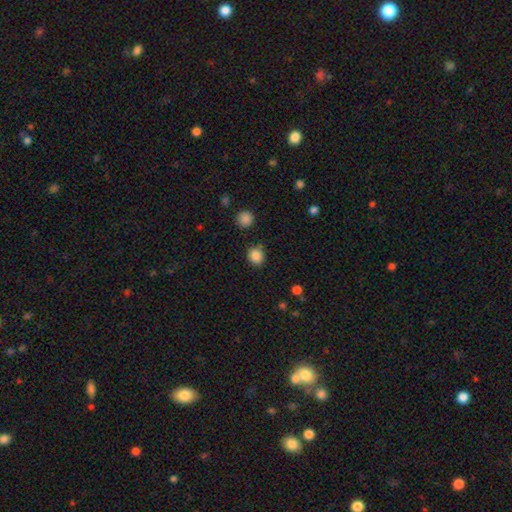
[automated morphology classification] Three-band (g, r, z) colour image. It shows a smooth galaxy with no disk features (86%) that is round (81%). Merging: none (84%).